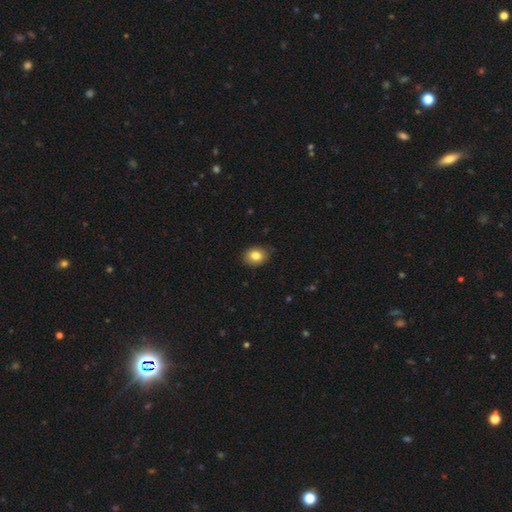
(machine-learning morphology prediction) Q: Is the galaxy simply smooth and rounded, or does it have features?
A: smooth — 84%.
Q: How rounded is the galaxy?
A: in between — 56%.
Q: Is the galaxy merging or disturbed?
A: none — 85%.